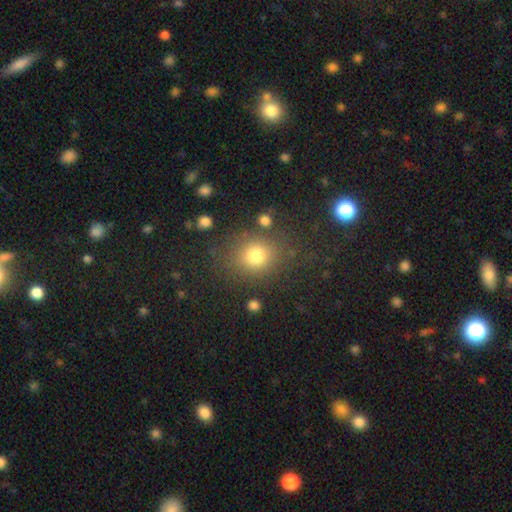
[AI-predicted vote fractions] Smooth or featured? Predicted: smooth (p=0.78). How rounded? Predicted: round (p=0.74). Merging? Predicted: none (p=0.78).